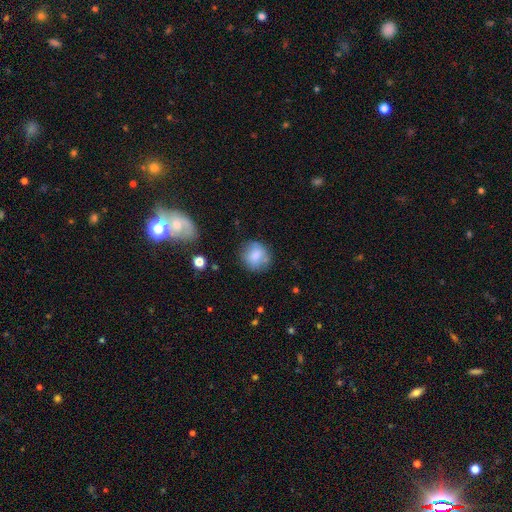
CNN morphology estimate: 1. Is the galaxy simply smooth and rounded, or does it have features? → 80% smooth, 12% featured or disk, 9% star or artifact.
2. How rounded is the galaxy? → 86% round, 13% in between, 1% cigar-shaped.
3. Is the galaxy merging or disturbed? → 74% none, 18% minor disturbance, 5% major disturbance, 3% merger.